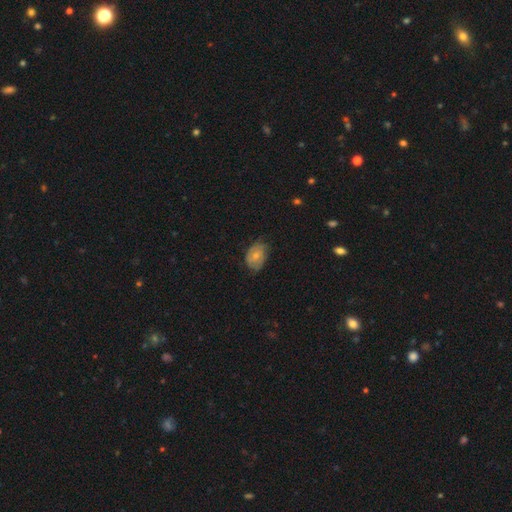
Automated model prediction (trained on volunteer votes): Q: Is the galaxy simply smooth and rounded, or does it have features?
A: smooth — 58%.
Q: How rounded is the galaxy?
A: in between — 80%.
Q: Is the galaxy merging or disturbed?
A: none — 61%.